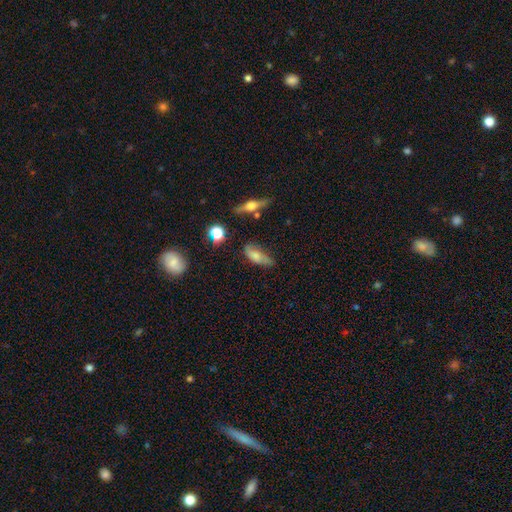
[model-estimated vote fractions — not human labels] A smooth galaxy with no disk features (59%) that is in between round and cigar-shaped (74%). Merging: none (48%).